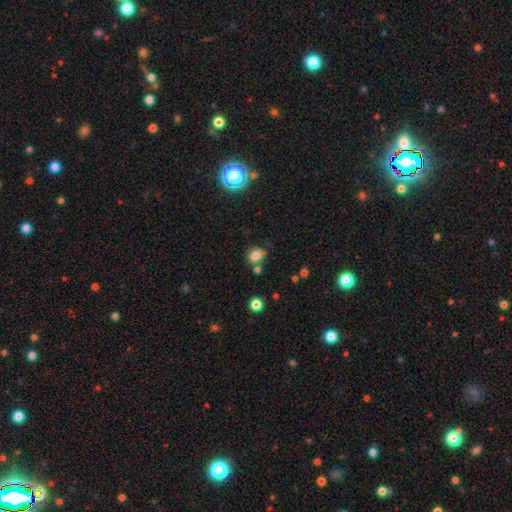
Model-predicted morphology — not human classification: The model was most divided on "how rounded": round: 60%, in between: 39%, cigar-shaped: 1%. More confident: smooth or featured — smooth (77%); merging — none (65%).